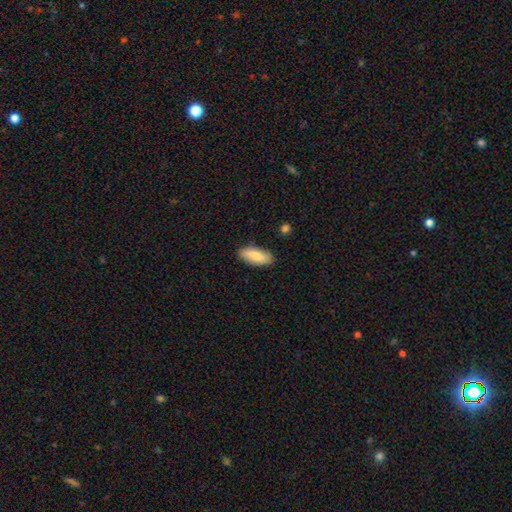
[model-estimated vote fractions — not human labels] Smooth or featured? Predicted: smooth (p=0.81). How rounded? Predicted: in between (p=0.77). Merging? Predicted: none (p=0.86).